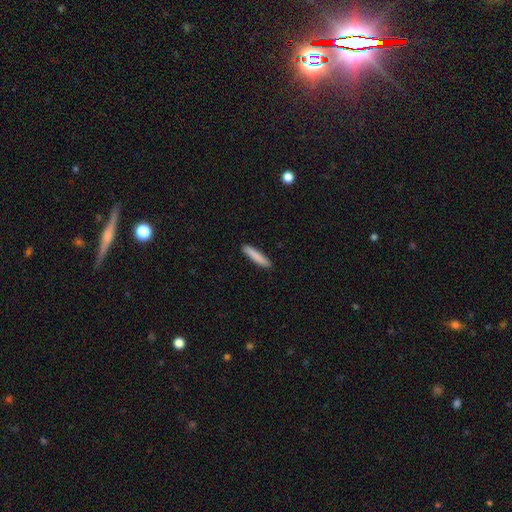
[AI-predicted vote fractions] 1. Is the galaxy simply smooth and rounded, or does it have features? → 85% smooth, 9% featured or disk, 6% star or artifact.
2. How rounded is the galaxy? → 90% cigar-shaped, 8% in between, 1% round.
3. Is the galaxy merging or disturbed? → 91% none, 6% minor disturbance, 1% major disturbance, 1% merger.